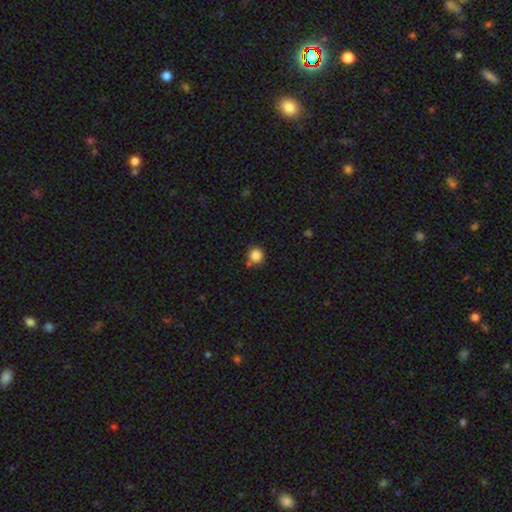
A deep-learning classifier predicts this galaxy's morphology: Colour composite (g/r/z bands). It shows a smooth galaxy with no disk features (85%) that is round (92%). Merging: none (71%).